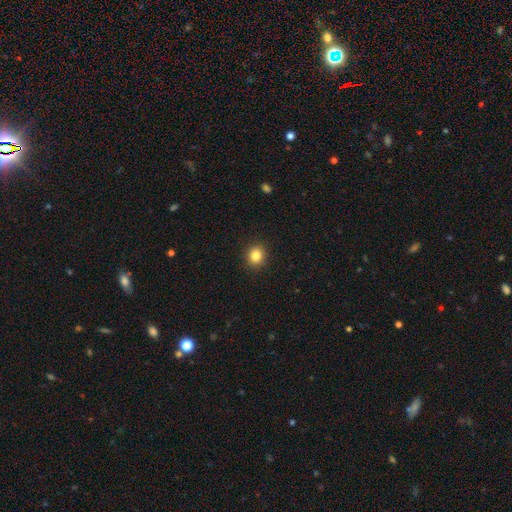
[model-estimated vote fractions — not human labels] Morphology: type=smooth (84%); roundness=round (84%); merging=none (91%).